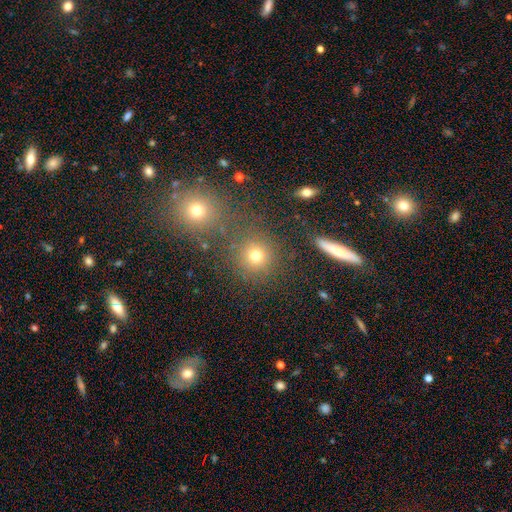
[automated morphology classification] Smooth or featured: smooth — 71% (star or artifact — 19%)
How rounded: round — 90% (in between — 9%)
Merging: none — 76% (merger — 11%)